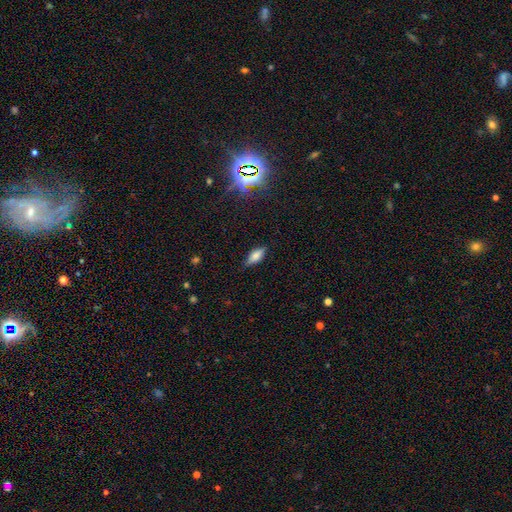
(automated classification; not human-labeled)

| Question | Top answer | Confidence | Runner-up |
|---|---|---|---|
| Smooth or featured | smooth | 70% | featured or disk (20%) |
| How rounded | in between | 73% | cigar-shaped (24%) |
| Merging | none | 79% | minor disturbance (16%) |